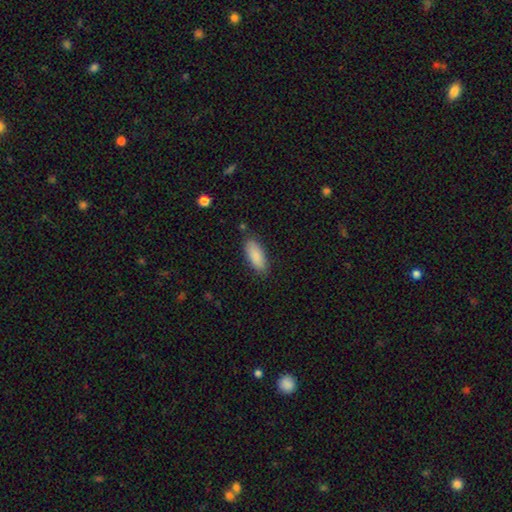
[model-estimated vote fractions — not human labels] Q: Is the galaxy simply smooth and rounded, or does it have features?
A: smooth — 88%.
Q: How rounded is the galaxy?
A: in between — 78%.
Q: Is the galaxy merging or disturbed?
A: none — 84%.